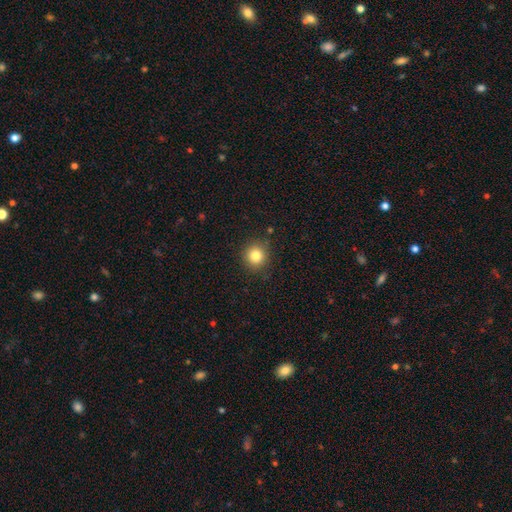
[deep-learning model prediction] This appears to be a smooth galaxy with no disk features (82%) that is round (91%). Merging: none (87%).